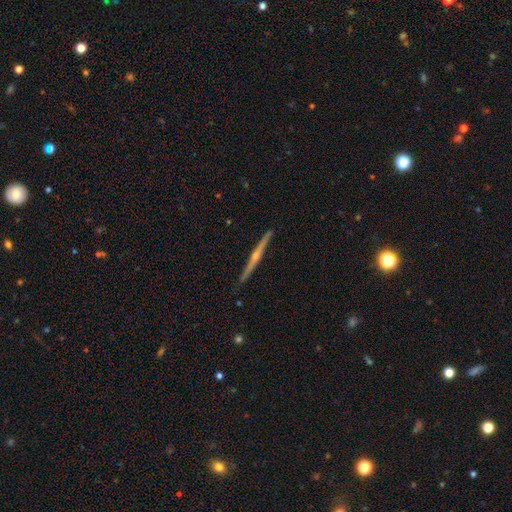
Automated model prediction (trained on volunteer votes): Smooth or featured?
  - featured or disk: 83% *
  - smooth: 12%
  - star or artifact: 5%
Edge-on disk?
  - yes: 98% *
  - no: 2%
Edge-on bulge?
  - rounded: 83% *
  - none: 13%
  - boxy: 5%
Merging?
  - none: 90% *
  - minor disturbance: 7%
  - major disturbance: 1%
  - merger: 1%